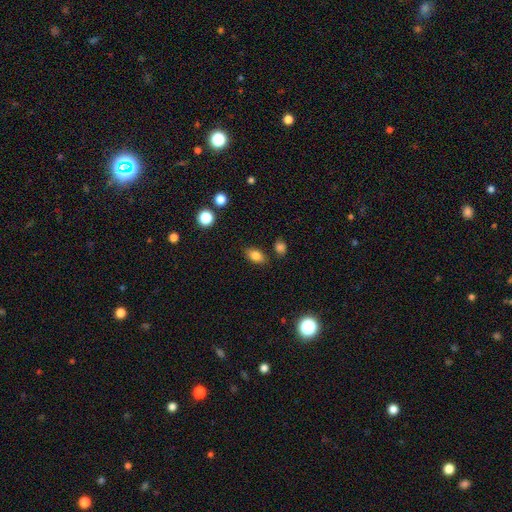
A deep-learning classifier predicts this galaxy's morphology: Smooth or featured: smooth — 82% (star or artifact — 10%)
How rounded: in between — 84% (round — 13%)
Merging: none — 83% (minor disturbance — 11%)